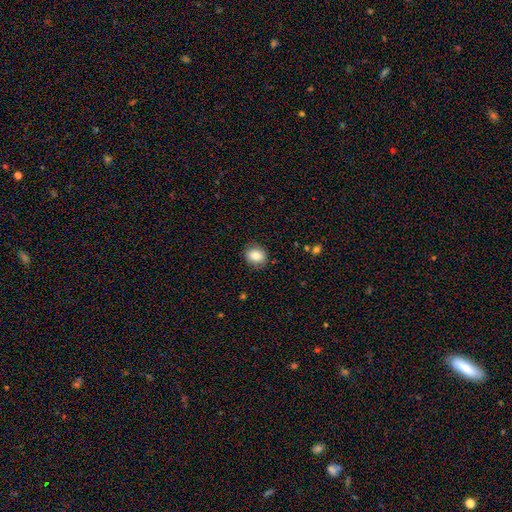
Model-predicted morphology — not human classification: The model was most divided on "how rounded": round: 60%, in between: 39%, cigar-shaped: 1%. More confident: merging — none (86%); smooth or featured — smooth (83%).